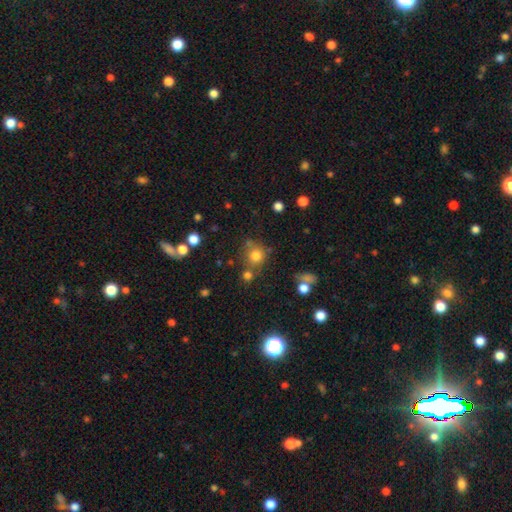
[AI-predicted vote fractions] Smooth or featured?
  - smooth: 76% *
  - star or artifact: 15%
  - featured or disk: 9%
How rounded?
  - round: 88% *
  - in between: 11%
  - cigar-shaped: 1%
Merging?
  - none: 66% *
  - merger: 17%
  - minor disturbance: 12%
  - major disturbance: 5%